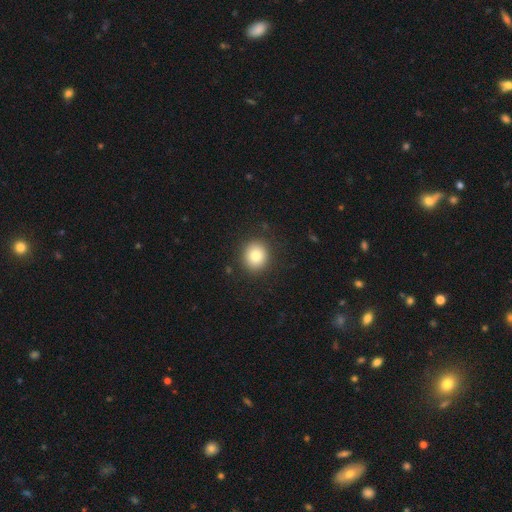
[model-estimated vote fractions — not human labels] This is clearly a smooth galaxy (81%). How rounded: clearly round (83%). Merging: clearly none (89%).